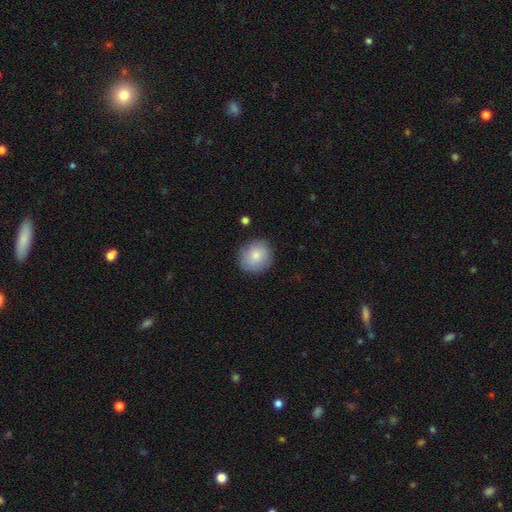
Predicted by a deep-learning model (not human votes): Smooth or featured: smooth — 81% (featured or disk — 12%)
How rounded: round — 87% (in between — 12%)
Merging: none — 85% (minor disturbance — 11%)